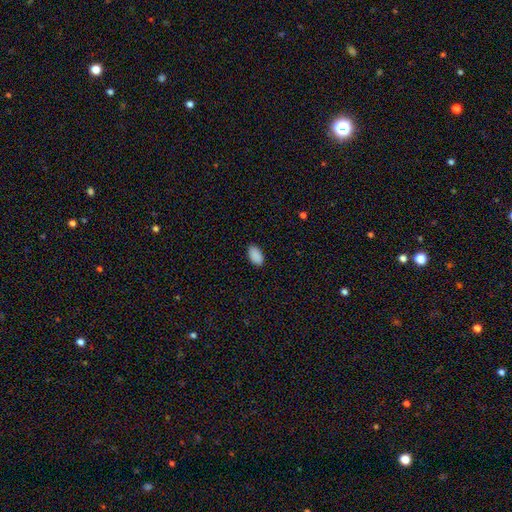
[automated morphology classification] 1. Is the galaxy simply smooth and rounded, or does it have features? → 90% smooth, 7% star or artifact, 3% featured or disk.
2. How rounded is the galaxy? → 95% in between, 4% round, 2% cigar-shaped.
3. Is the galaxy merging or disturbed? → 88% none, 9% minor disturbance, 2% major disturbance, 1% merger.